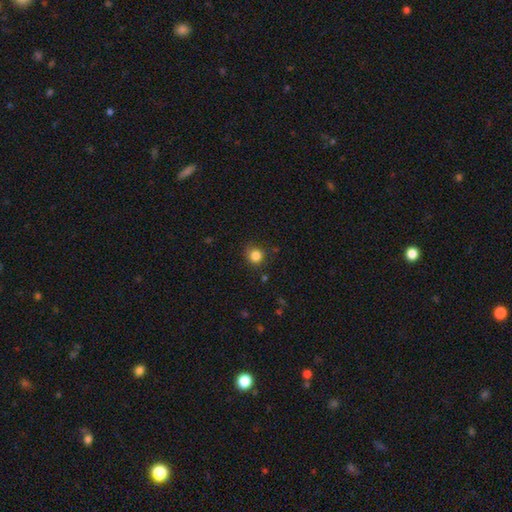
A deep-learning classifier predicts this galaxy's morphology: A smooth galaxy with no disk features (84%) that is round (89%). Merging: none (79%).